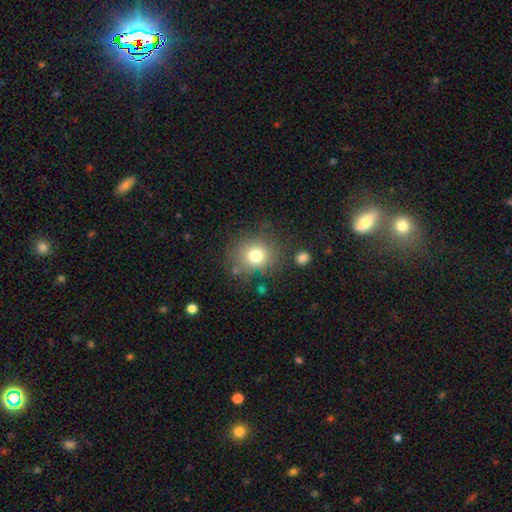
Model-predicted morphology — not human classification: This is likely a smooth galaxy (76%). How rounded: clearly round (80%). Merging: likely none (76%).